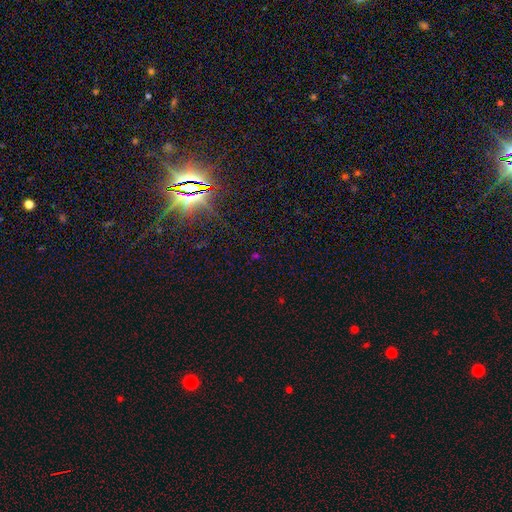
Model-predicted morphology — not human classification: This appears to be a star or artifact, not a galaxy (67%).